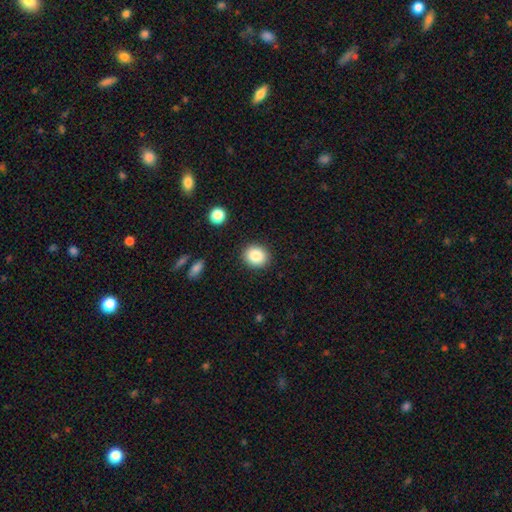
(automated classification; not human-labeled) The model was most divided on "how rounded": round: 77%, in between: 22%, cigar-shaped: 1%. More confident: merging — none (89%); smooth or featured — smooth (85%).